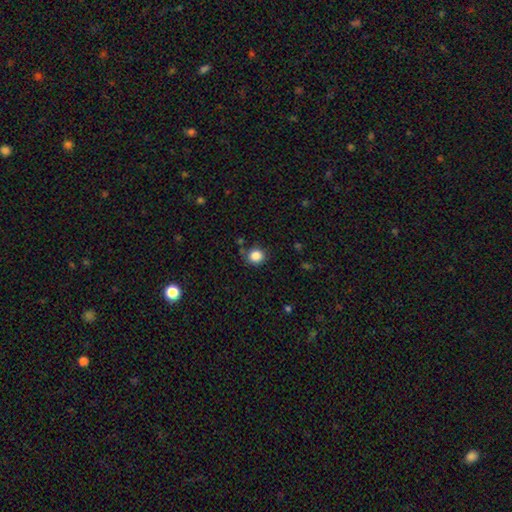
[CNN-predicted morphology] smooth-or-featured: smooth: 86% | star or artifact: 11% | featured or disk: 3%
  how-rounded: round: 88% | in between: 11% | cigar-shaped: 1%
  merging: none: 82% | minor disturbance: 11% | merger: 4% | major disturbance: 3%